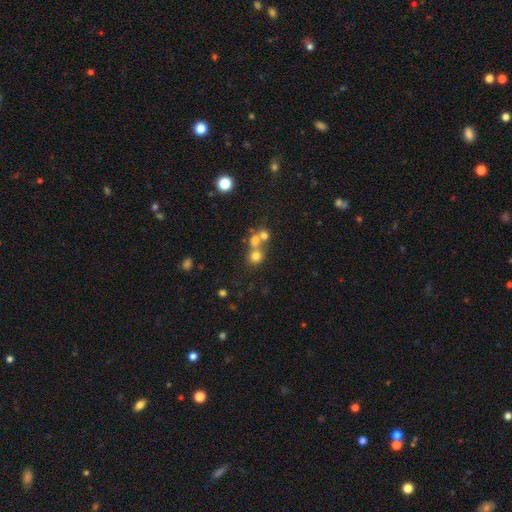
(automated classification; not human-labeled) smooth_or_featured: smooth (p=0.69) [alt: star or artifact p=0.18]
how_rounded: round (p=0.86) [alt: in between p=0.13]
merging: merger (p=0.47) [alt: none p=0.44]